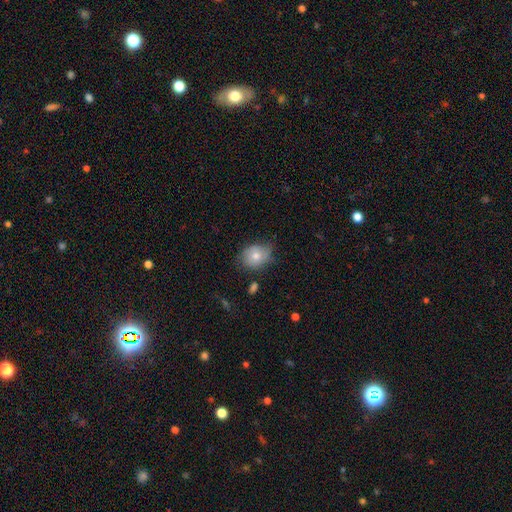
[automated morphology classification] type=smooth (71%); roundness=round (56%); merging=none (60%).